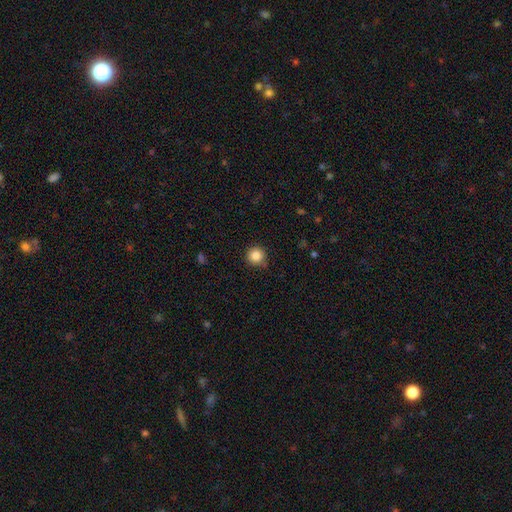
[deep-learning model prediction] smooth-or-featured: smooth: 85% | star or artifact: 10% | featured or disk: 5%
  how-rounded: round: 95% | in between: 4% | cigar-shaped: 1%
  merging: none: 87% | minor disturbance: 9% | major disturbance: 2% | merger: 1%